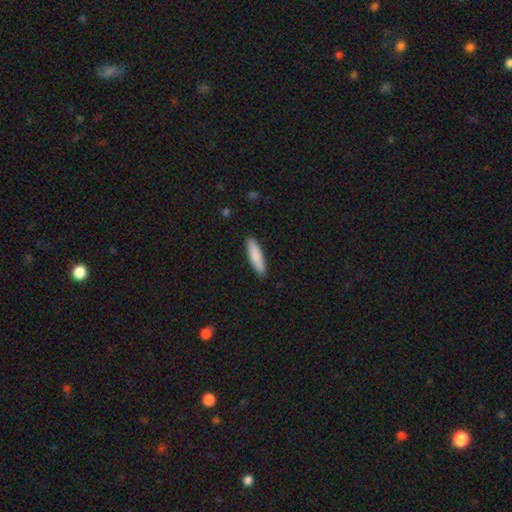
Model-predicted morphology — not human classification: type=smooth (86%); roundness=cigar-shaped (76%); merging=none (91%).